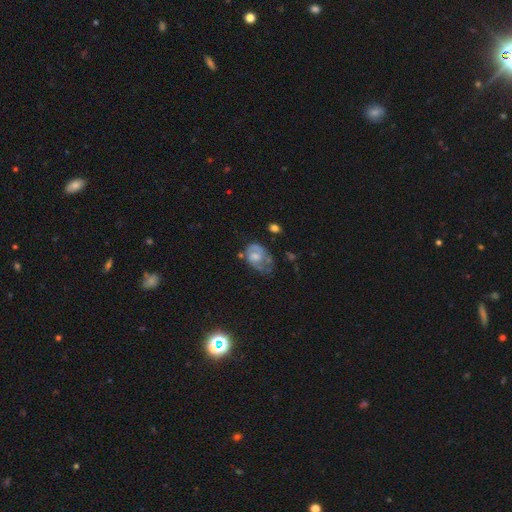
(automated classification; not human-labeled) Smooth or featured? Predicted: featured or disk (p=0.53). Edge-on disk? Predicted: no (p=0.96). Bar? Predicted: no (p=0.72). Spiral arms? Predicted: yes (p=0.57). Bulge size? Predicted: moderate (p=0.48). Merging? Predicted: none (p=0.35).